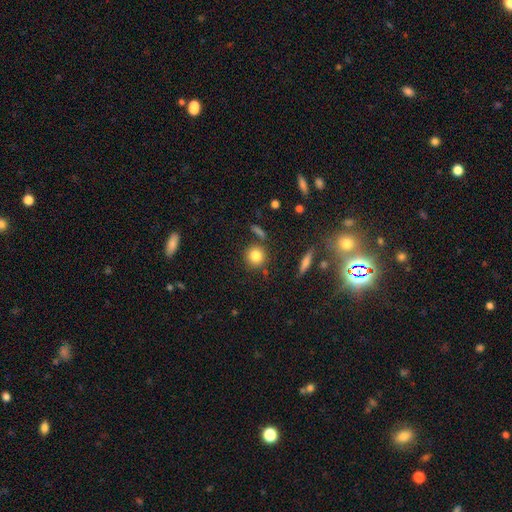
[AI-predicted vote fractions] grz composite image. It shows a smooth galaxy with no disk features (82%) that is round (89%). Merging: none (80%).